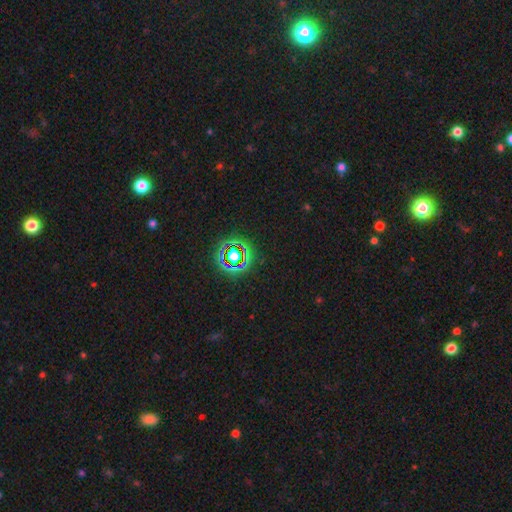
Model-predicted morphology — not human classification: star or artifact 72%, smooth 18%, featured or disk 10%.